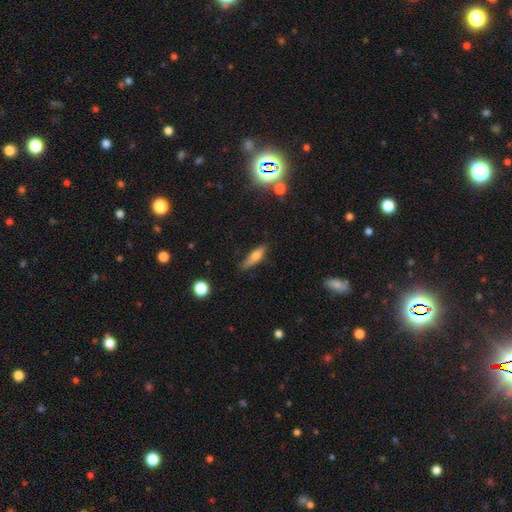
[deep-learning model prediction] smooth_or_featured: smooth (p=0.62) [alt: featured or disk p=0.29]
how_rounded: cigar-shaped (p=0.61) [alt: in between p=0.36]
merging: none (p=0.73) [alt: minor disturbance p=0.20]